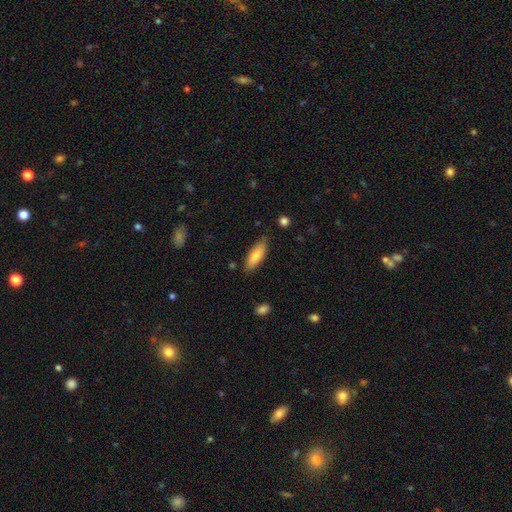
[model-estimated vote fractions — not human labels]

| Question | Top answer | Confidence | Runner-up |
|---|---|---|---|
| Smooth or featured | smooth | 78% | featured or disk (16%) |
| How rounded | in between | 60% | cigar-shaped (38%) |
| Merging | none | 81% | minor disturbance (14%) |